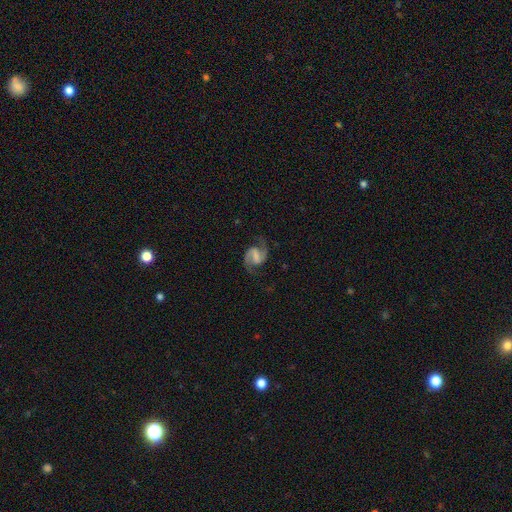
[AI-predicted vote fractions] Morphology: type=featured or disk (90%); edge-on=no (98%); bar=weak (45%); spiral arms=yes (98%); winding=medium (58%); arm count=2 (94%); bulge=none (52%); merging=none (80%).